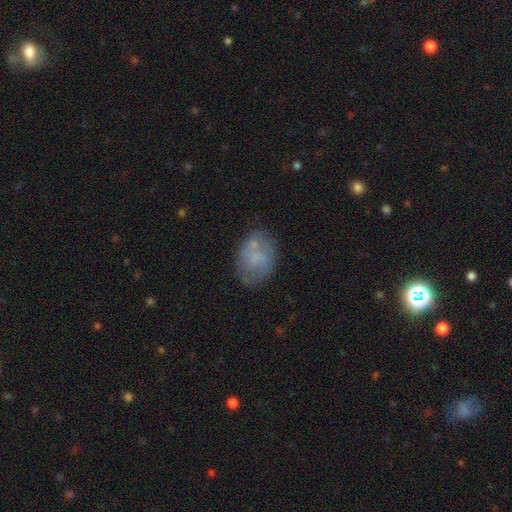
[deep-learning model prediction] smooth_or_featured: smooth (p=0.58) [alt: featured or disk p=0.33]
how_rounded: in between (p=0.70) [alt: round p=0.28]
merging: none (p=0.60) [alt: minor disturbance p=0.23]